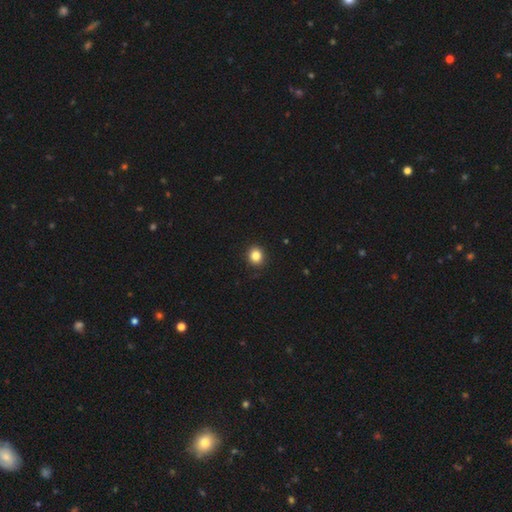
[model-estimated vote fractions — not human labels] smooth-or-featured: smooth: 85% | star or artifact: 11% | featured or disk: 4%
  how-rounded: round: 81% | in between: 18% | cigar-shaped: 1%
  merging: none: 92% | minor disturbance: 6% | major disturbance: 2% | merger: 1%